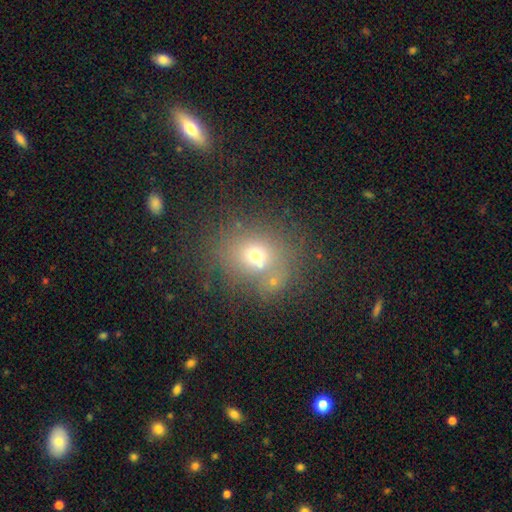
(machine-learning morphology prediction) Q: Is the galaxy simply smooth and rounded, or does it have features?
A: smooth — 62%.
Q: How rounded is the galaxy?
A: round — 74%.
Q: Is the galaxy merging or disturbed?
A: none — 55%.